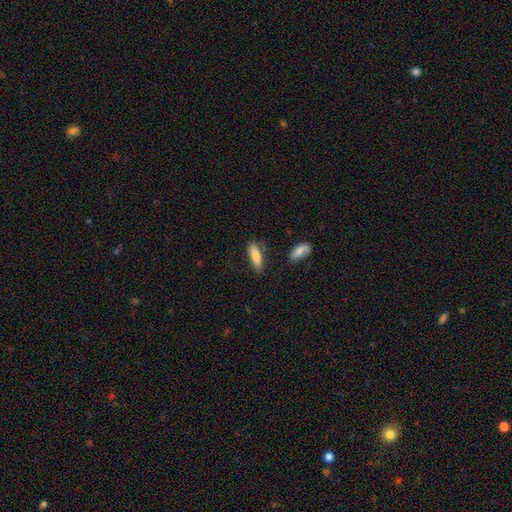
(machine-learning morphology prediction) This appears to be a smooth galaxy with no disk features (77%) that is in between round and cigar-shaped (52%). Merging: none (70%).